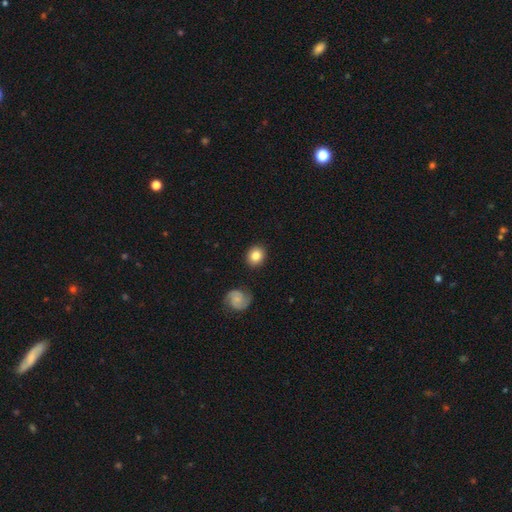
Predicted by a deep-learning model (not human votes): smooth_or_featured: smooth (p=0.82) [alt: featured or disk p=0.11]
how_rounded: round (p=0.79) [alt: in between p=0.20]
merging: none (p=0.87) [alt: minor disturbance p=0.08]